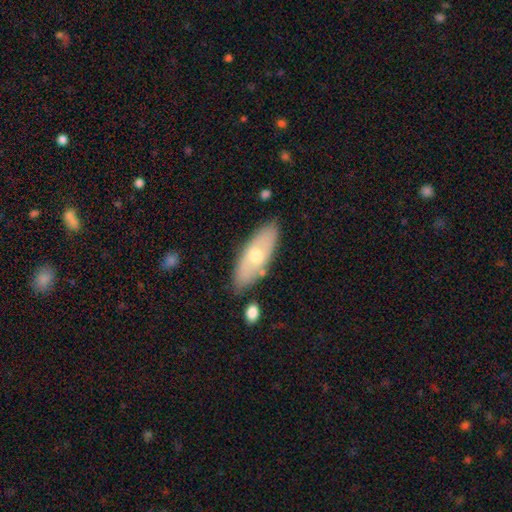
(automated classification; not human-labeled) This is possibly a smooth galaxy (57%). How rounded: likely in between (74%). Merging: likely none (80%).